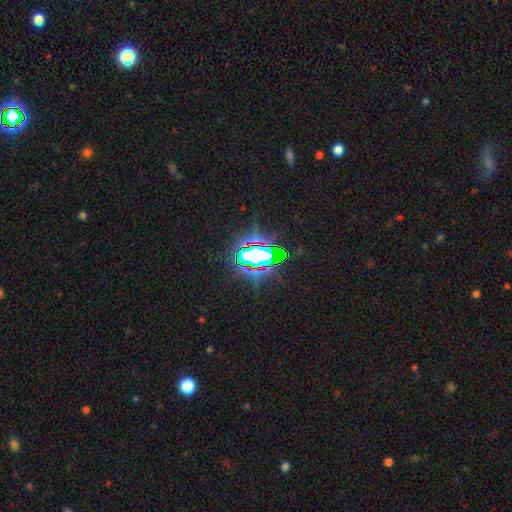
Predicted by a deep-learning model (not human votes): Smooth or featured?
  - star or artifact: 70% *
  - smooth: 17%
  - featured or disk: 14%